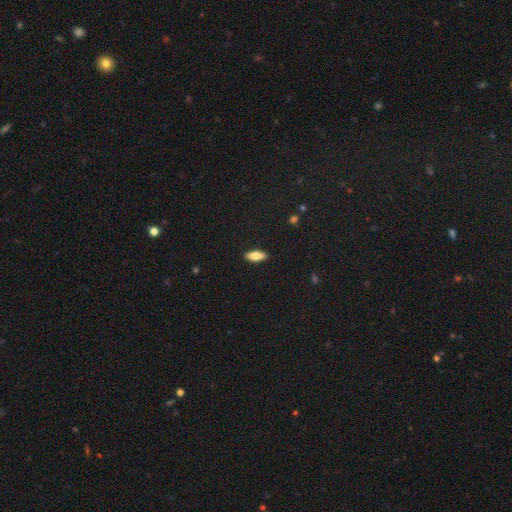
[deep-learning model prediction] smooth_or_featured: smooth (p=0.72) [alt: featured or disk p=0.21]
how_rounded: in between (p=0.72) [alt: cigar-shaped p=0.25]
merging: none (p=0.90) [alt: minor disturbance p=0.07]